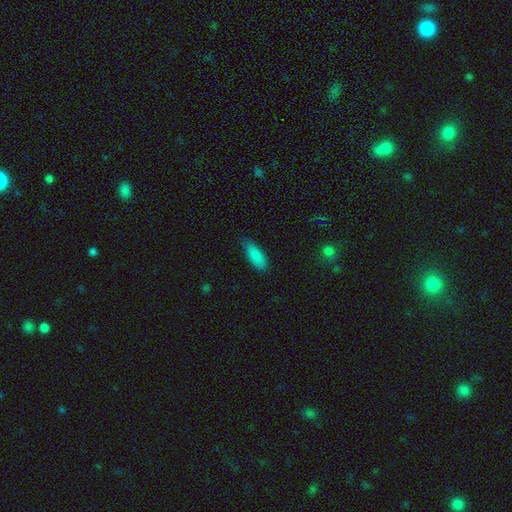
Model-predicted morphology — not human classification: Smooth or featured? smooth (87%)
How rounded? in between (72%)
Merging? none (74%)